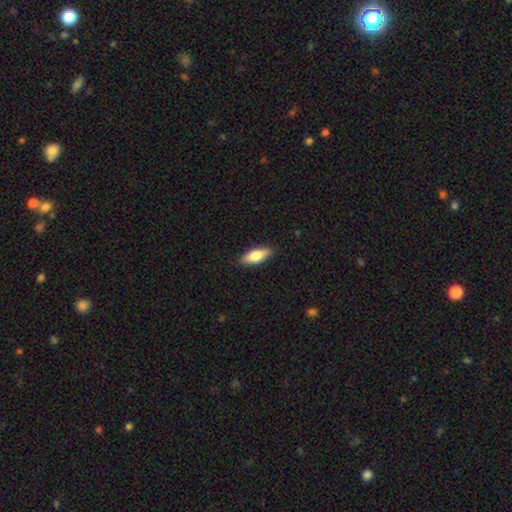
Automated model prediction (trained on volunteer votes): smooth 75%, featured or disk 19%, star or artifact 6%. Down the decision tree: how rounded — in between (72%); merging — none (88%).